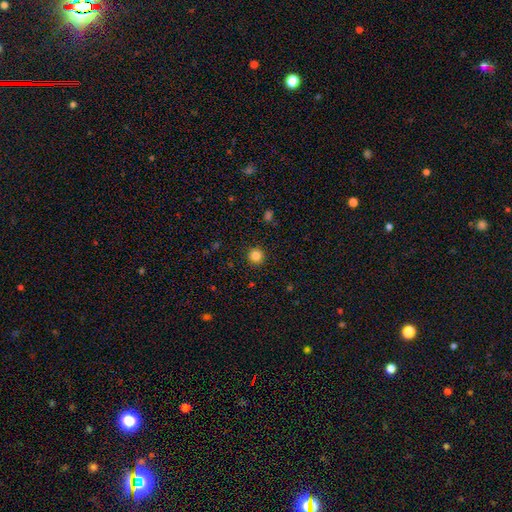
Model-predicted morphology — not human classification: This is clearly a smooth galaxy (84%). How rounded: clearly round (95%). Merging: clearly none (93%).